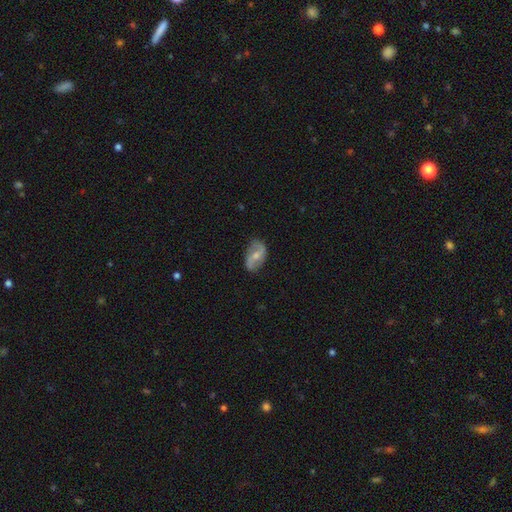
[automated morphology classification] Smooth or featured? featured or disk (67%)
Edge-on disk? no (96%)
Bar? weak (45%)
Spiral arms? yes (87%)
Spiral winding? loose (69%)
Spiral arm count? 2 (90%)
Bulge size? moderate (47%)
Merging? none (77%)